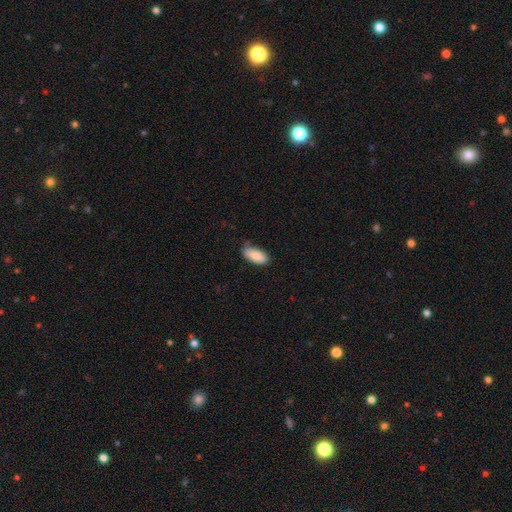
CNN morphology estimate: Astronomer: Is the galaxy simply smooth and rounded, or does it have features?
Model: smooth — 86%.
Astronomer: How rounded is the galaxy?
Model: in between — 89%.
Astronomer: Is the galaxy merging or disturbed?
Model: none — 78%.